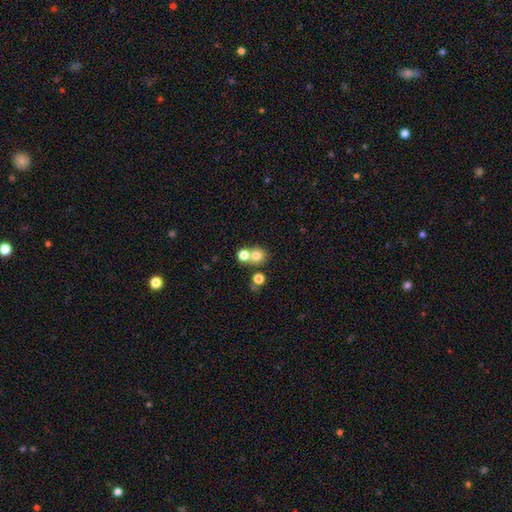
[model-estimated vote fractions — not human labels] Smooth or featured?
  - smooth: 75% *
  - star or artifact: 13%
  - featured or disk: 11%
How rounded?
  - round: 82% *
  - in between: 17%
  - cigar-shaped: 1%
Merging?
  - none: 48% *
  - merger: 42%
  - minor disturbance: 7%
  - major disturbance: 4%